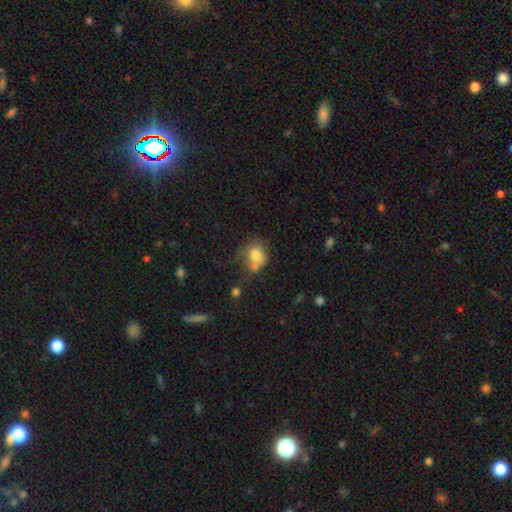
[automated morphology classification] smooth-or-featured: smooth: 76% | featured or disk: 13% | star or artifact: 10%
  how-rounded: round: 59% | in between: 40% | cigar-shaped: 1%
  merging: none: 39% | merger: 25% | minor disturbance: 23% | major disturbance: 13%